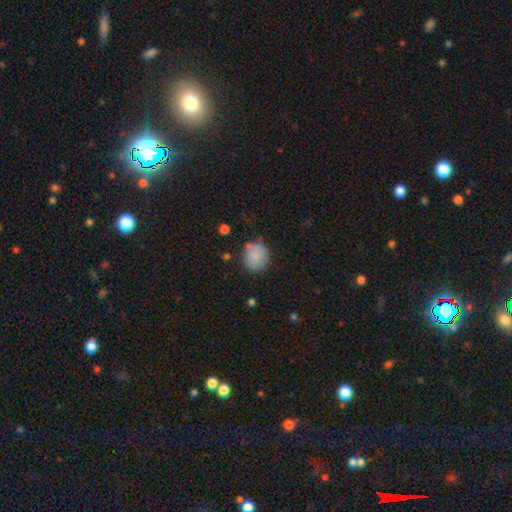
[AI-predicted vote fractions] Smooth or featured? Predicted: smooth (p=0.82). How rounded? Predicted: round (p=0.80). Merging? Predicted: none (p=0.71).